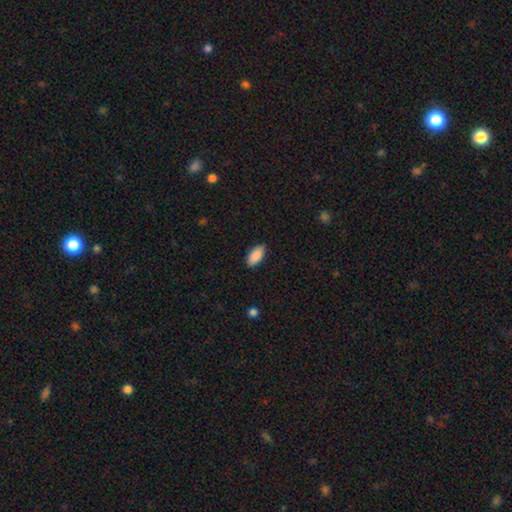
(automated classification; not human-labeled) A smooth galaxy with no disk features (90%) that is in between round and cigar-shaped (92%).

Vote fractions:
- Smooth or featured? smooth: 90% / star or artifact: 6% / featured or disk: 4%
- How rounded? in between: 92% / cigar-shaped: 6% / round: 2%
- Merging? none: 87% / minor disturbance: 10% / major disturbance: 2% / merger: 1%